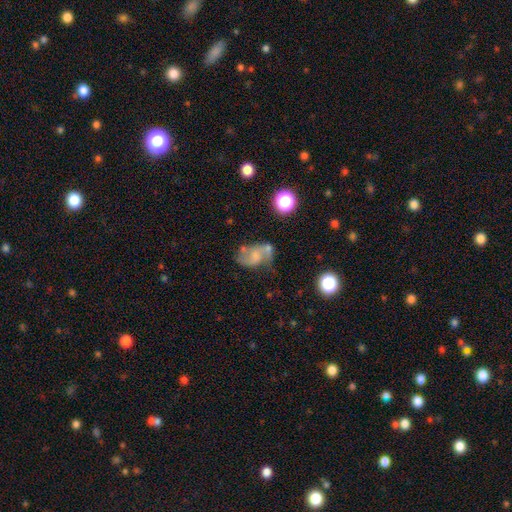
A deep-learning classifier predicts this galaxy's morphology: Smooth or featured? Predicted: featured or disk (p=0.62). Edge-on disk? Predicted: no (p=0.97). Bar? Predicted: no (p=0.53). Spiral arms? Predicted: yes (p=0.82). Bulge size? Predicted: none (p=0.39). Merging? Predicted: none (p=0.43).